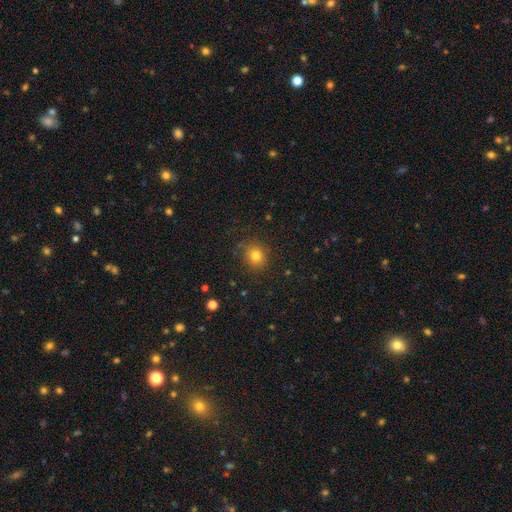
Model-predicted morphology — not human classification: A smooth galaxy with no disk features (79%) that is round (81%).

Vote fractions:
- Smooth or featured? smooth: 79% / star or artifact: 14% / featured or disk: 7%
- How rounded? round: 81% / in between: 18% / cigar-shaped: 1%
- Merging? none: 85% / minor disturbance: 11% / major disturbance: 3% / merger: 1%